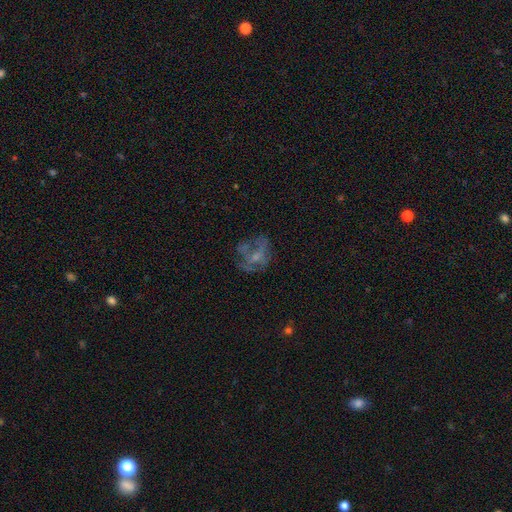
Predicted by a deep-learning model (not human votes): Smooth or featured? Predicted: featured or disk (p=0.55). Edge-on disk? Predicted: no (p=0.97). Bar? Predicted: no (p=0.79). Spiral arms? Predicted: no (p=0.71). Bulge size? Predicted: small (p=0.50). Merging? Predicted: none (p=0.46).